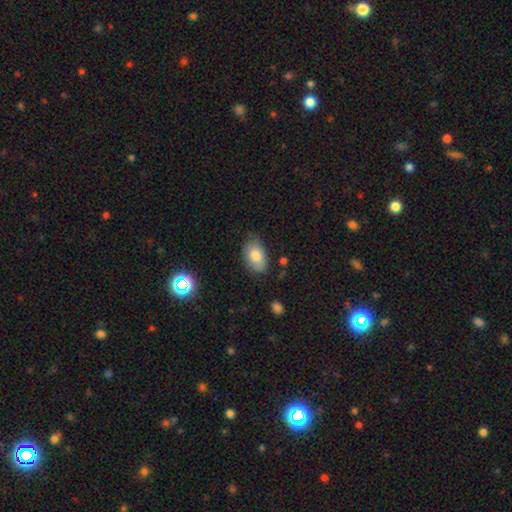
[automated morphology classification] Smooth or featured? Predicted: smooth (p=0.79). How rounded? Predicted: in between (p=0.89). Merging? Predicted: none (p=0.70).